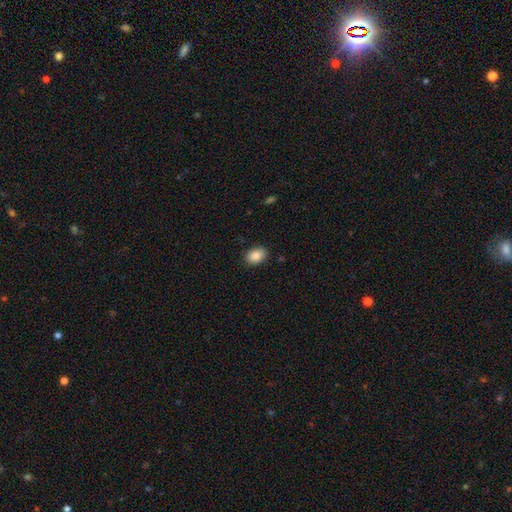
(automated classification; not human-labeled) A smooth galaxy with no disk features (88%) that is in between round and cigar-shaped (75%).

Vote fractions:
- Smooth or featured? smooth: 88% / star or artifact: 8% / featured or disk: 4%
- How rounded? in between: 75% / round: 24% / cigar-shaped: 1%
- Merging? none: 87% / minor disturbance: 10% / major disturbance: 2% / merger: 1%